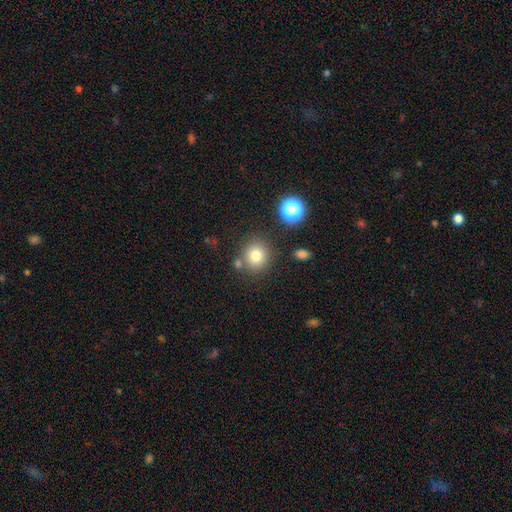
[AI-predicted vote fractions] This appears to be a smooth galaxy with no disk features (79%) that is round (87%). Merging: none (76%).